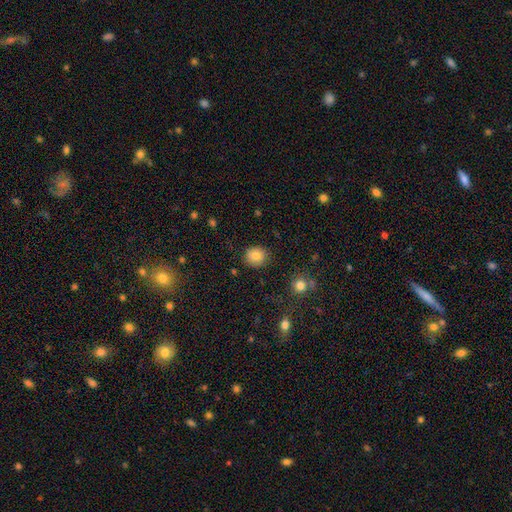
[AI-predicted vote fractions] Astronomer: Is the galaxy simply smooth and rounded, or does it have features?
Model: smooth — 85%.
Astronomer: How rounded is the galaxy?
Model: round — 80%.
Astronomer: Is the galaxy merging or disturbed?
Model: none — 87%.